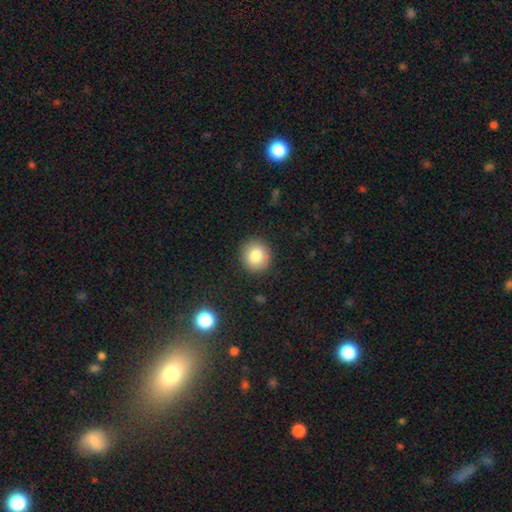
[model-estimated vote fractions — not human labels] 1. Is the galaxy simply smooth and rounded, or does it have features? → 81% smooth, 10% featured or disk, 9% star or artifact.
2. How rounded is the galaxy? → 86% round, 13% in between, 1% cigar-shaped.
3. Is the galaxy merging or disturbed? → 89% none, 8% minor disturbance, 2% major disturbance, 1% merger.